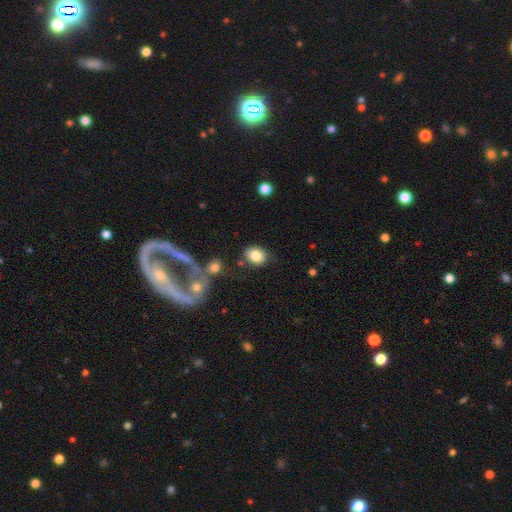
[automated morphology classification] A smooth galaxy with no disk features (84%) that is in between round and cigar-shaped (52%).

Vote fractions:
- Smooth or featured? smooth: 84% / star or artifact: 8% / featured or disk: 8%
- How rounded? in between: 52% / round: 47% / cigar-shaped: 1%
- Merging? none: 72% / minor disturbance: 16% / merger: 7% / major disturbance: 5%